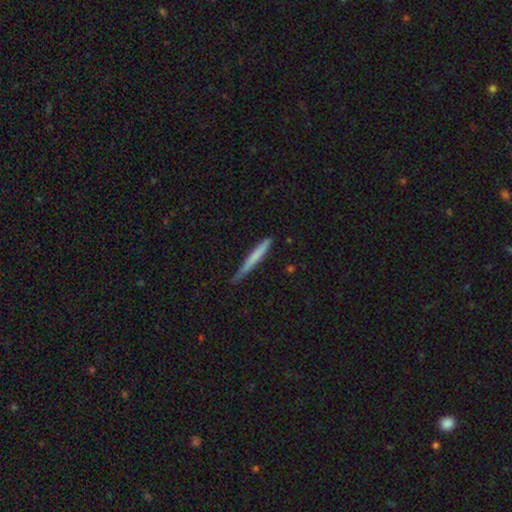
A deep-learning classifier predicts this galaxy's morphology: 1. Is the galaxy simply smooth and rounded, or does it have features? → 67% smooth, 27% featured or disk, 6% star or artifact.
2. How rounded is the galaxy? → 96% cigar-shaped, 2% in between, 1% round.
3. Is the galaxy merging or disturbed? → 70% none, 24% minor disturbance, 4% major disturbance, 2% merger.